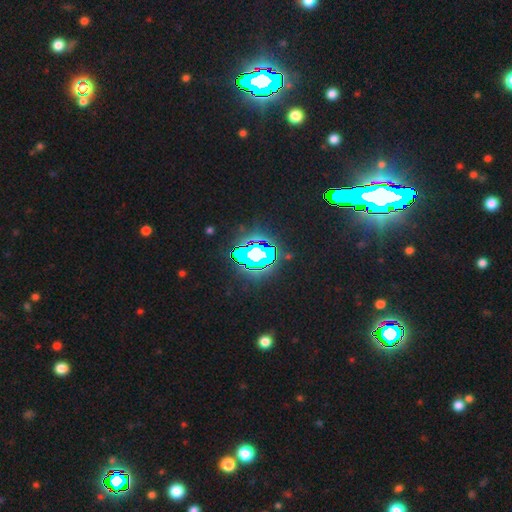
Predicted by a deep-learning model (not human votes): Q: Smooth or featured?
A: star or artifact (70%); runner-up: smooth (15%)